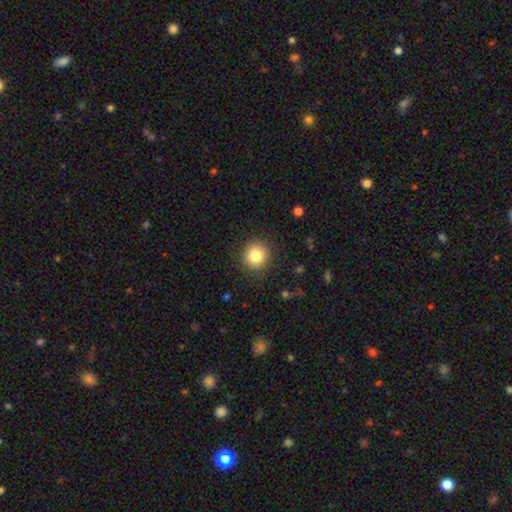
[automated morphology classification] Smooth or featured? Predicted: smooth (p=0.84). How rounded? Predicted: round (p=0.91). Merging? Predicted: none (p=0.89).